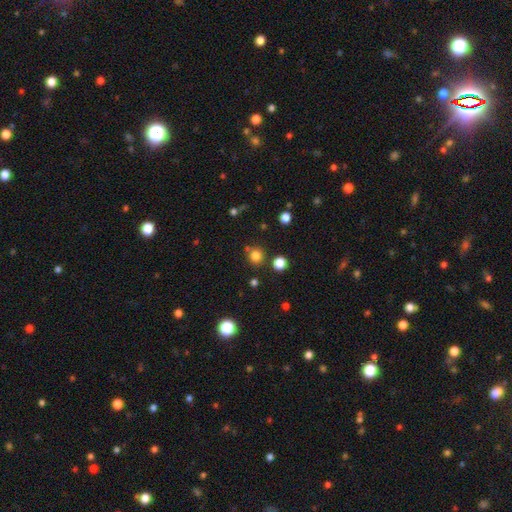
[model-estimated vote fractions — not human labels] Overall: smooth (79%). How rounded: round (90%). Merging: none (77%).